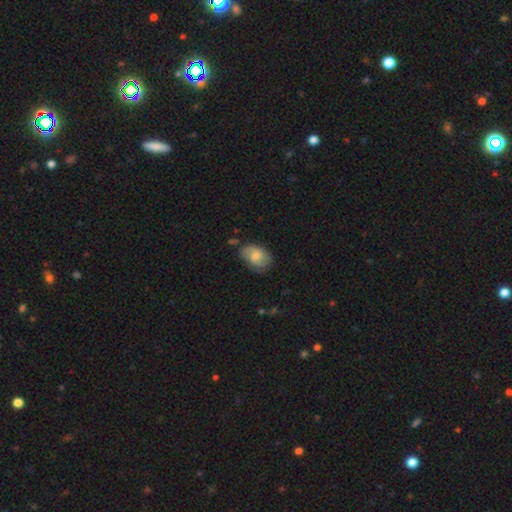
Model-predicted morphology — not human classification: This appears to be a smooth galaxy with no disk features (61%) that is in between round and cigar-shaped (81%). Merging: none (59%).